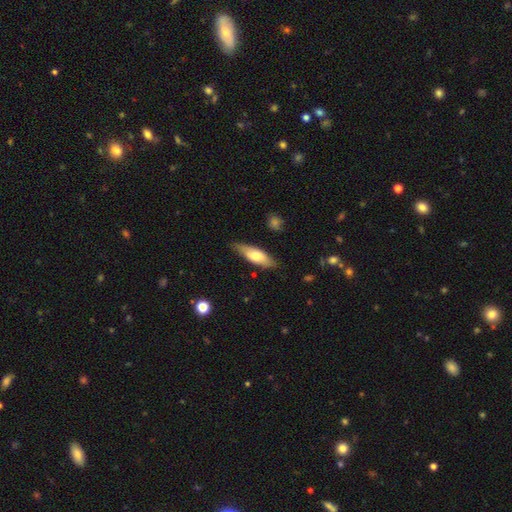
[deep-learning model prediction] A smooth galaxy with no disk features (62%) that is in between round and cigar-shaped (57%). Merging: none (77%).